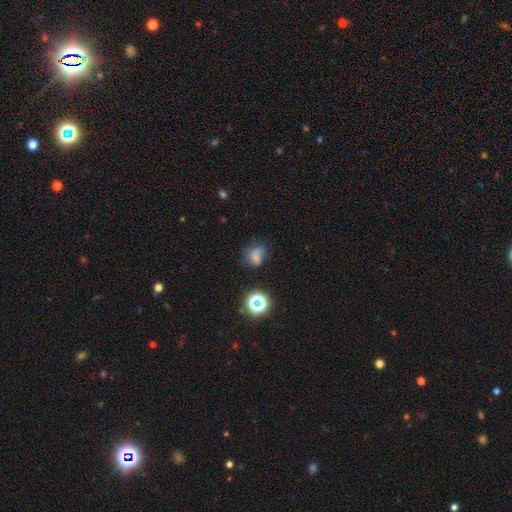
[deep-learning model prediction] A smooth galaxy with no disk features (65%) that is in between round and cigar-shaped (57%). Merging: none (44%).